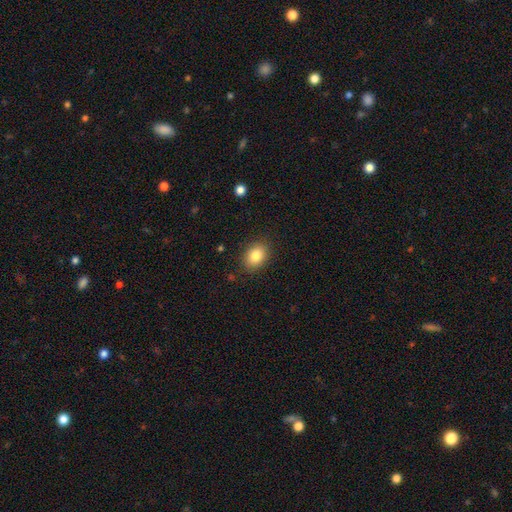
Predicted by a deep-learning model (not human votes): Smooth or featured? Predicted: smooth (p=0.83). How rounded? Predicted: in between (p=0.68). Merging? Predicted: none (p=0.86).